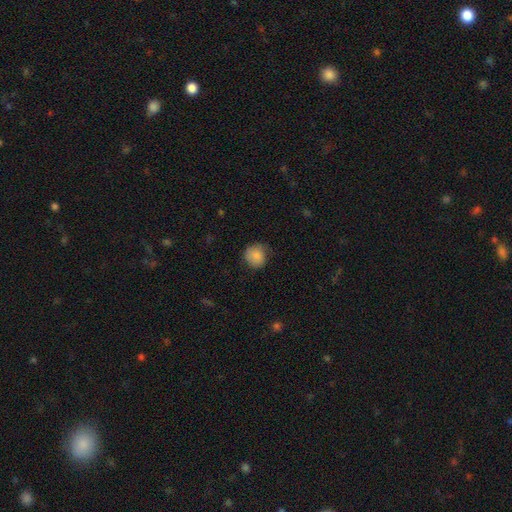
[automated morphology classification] Smooth or featured?
  - smooth: 85% *
  - star or artifact: 9%
  - featured or disk: 6%
How rounded?
  - round: 84% *
  - in between: 15%
  - cigar-shaped: 1%
Merging?
  - none: 71% *
  - minor disturbance: 23%
  - major disturbance: 5%
  - merger: 1%